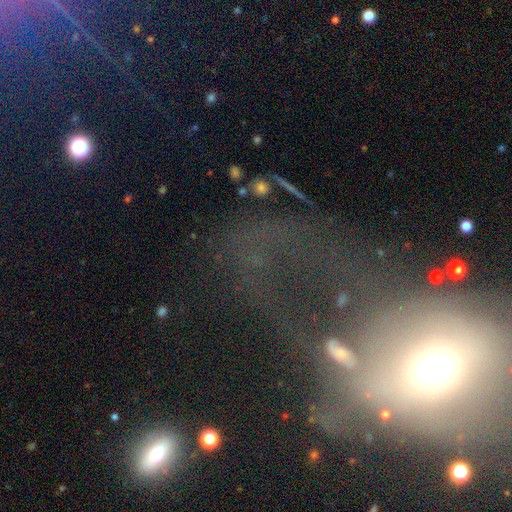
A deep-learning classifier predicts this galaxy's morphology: Overall: featured or disk (38%; smooth 33%). Merging: major disturbance (43%; none 34%).